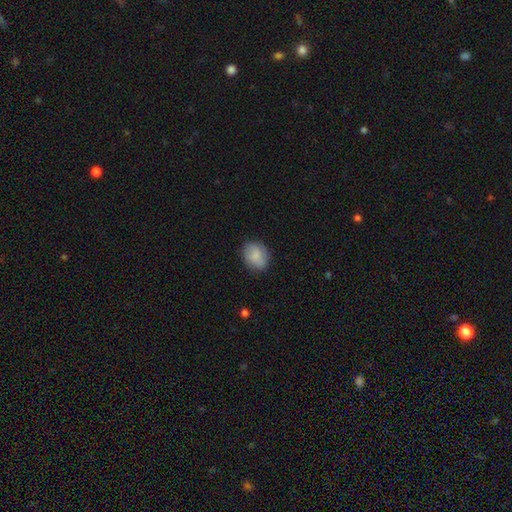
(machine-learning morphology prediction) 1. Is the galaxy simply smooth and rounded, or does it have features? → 80% smooth, 13% featured or disk, 7% star or artifact.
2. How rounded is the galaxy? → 50% in between, 49% round, 1% cigar-shaped.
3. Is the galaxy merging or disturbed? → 80% none, 15% minor disturbance, 4% major disturbance, 1% merger.